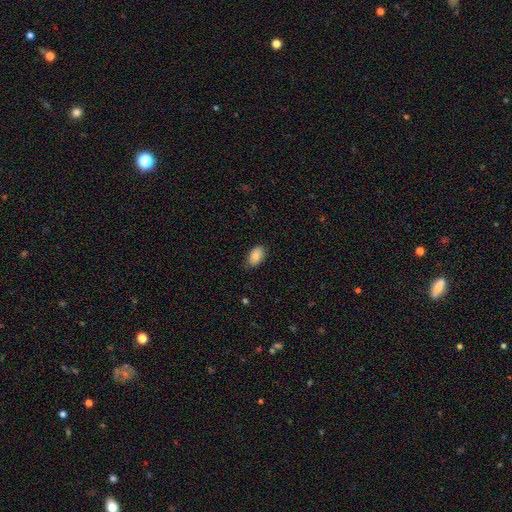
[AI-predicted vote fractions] smooth-or-featured: smooth: 86% | star or artifact: 7% | featured or disk: 7%
  how-rounded: in between: 92% | round: 6% | cigar-shaped: 1%
  merging: none: 81% | minor disturbance: 16% | major disturbance: 3% | merger: 1%